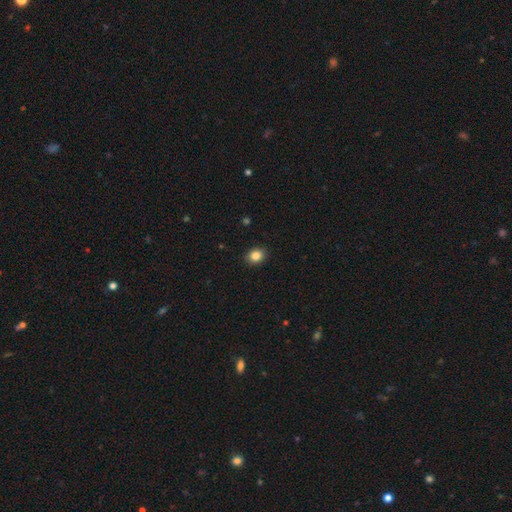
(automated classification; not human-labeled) A smooth galaxy with no disk features (85%) that is round (51%).

Vote fractions:
- Smooth or featured? smooth: 85% / star or artifact: 10% / featured or disk: 5%
- How rounded? round: 51% / in between: 48% / cigar-shaped: 1%
- Merging? none: 90% / minor disturbance: 7% / major disturbance: 2% / merger: 1%